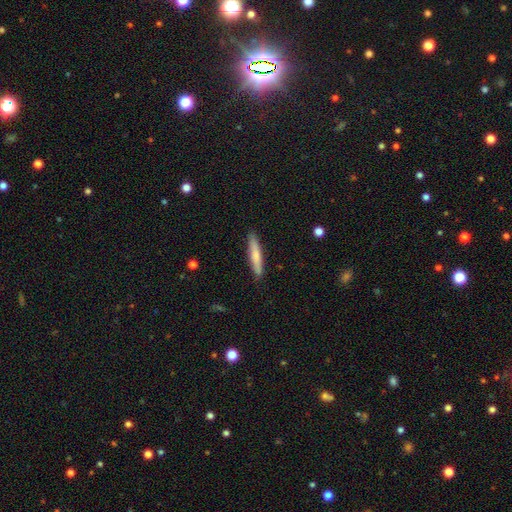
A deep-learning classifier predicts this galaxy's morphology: smooth 70%, featured or disk 25%, star or artifact 6%. Down the decision tree: how rounded — cigar-shaped (91%); merging — none (89%).